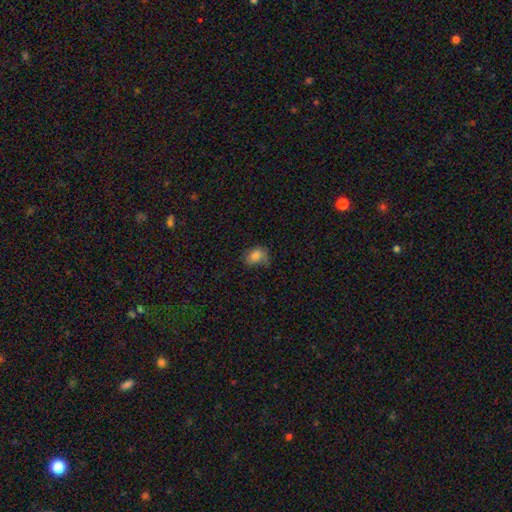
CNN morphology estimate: A smooth galaxy with no disk features (80%) that is in between round and cigar-shaped (74%).

Vote fractions:
- Smooth or featured? smooth: 80% / star or artifact: 11% / featured or disk: 8%
- How rounded? in between: 74% / round: 25% / cigar-shaped: 1%
- Merging? none: 48% / minor disturbance: 33% / major disturbance: 16% / merger: 2%